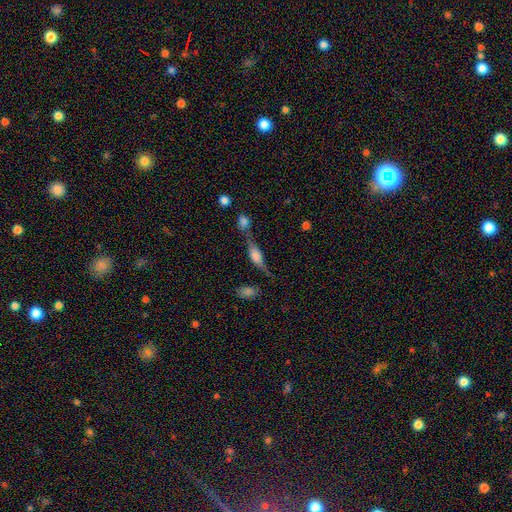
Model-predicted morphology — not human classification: A featured or disk galaxy (54%) viewed edge-on (88%).

Vote fractions:
- Smooth or featured? featured or disk: 54% / smooth: 35% / star or artifact: 10%
- Edge-on disk? yes: 88% / no: 12%
- Merging? none: 48% / merger: 24% / minor disturbance: 18% / major disturbance: 10%